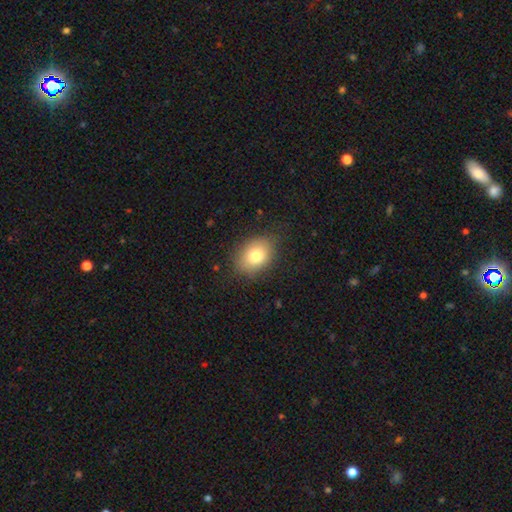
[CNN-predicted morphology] The model was most divided on "how rounded": in between: 64%, round: 35%, cigar-shaped: 1%. More confident: merging — none (81%); smooth or featured — smooth (79%).